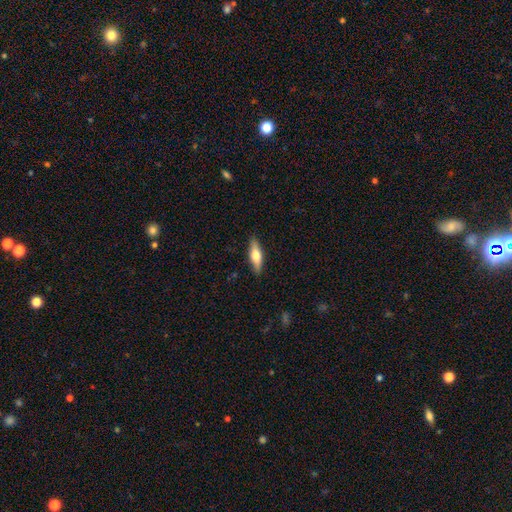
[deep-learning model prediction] Morphology: type=smooth (53%); roundness=cigar-shaped (57%); merging=none (89%).